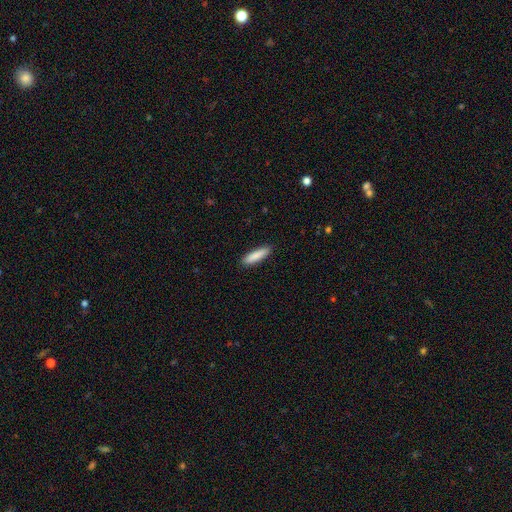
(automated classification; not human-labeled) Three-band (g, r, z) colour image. It shows a smooth galaxy with no disk features (85%) that is cigar-shaped (72%). Merging: none (89%).